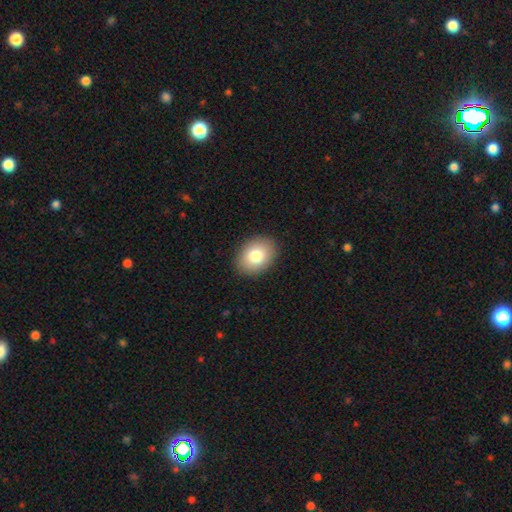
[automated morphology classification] A smooth galaxy with no disk features (81%) that is in between round and cigar-shaped (69%). Merging: none (90%).